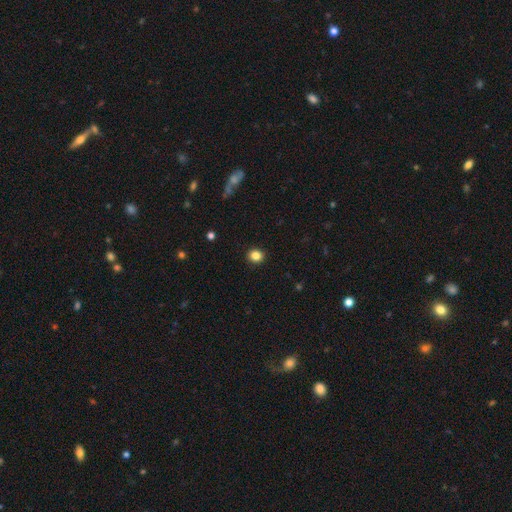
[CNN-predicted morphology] This appears to be a smooth galaxy with no disk features (84%) that is round (79%). Merging: none (92%).